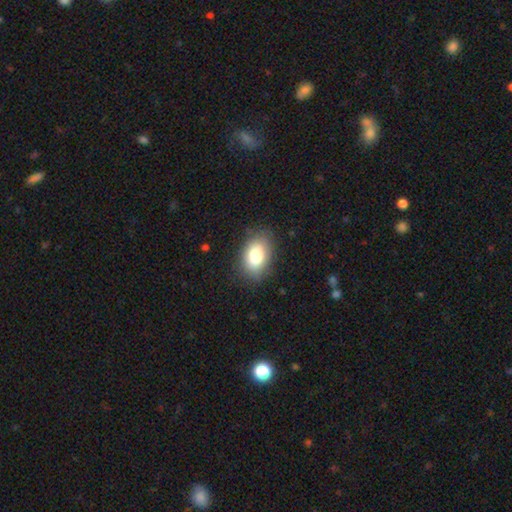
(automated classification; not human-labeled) smooth_or_featured: smooth (p=0.80) [alt: featured or disk p=0.12]
how_rounded: in between (p=0.85) [alt: round p=0.14]
merging: none (p=0.81) [alt: minor disturbance p=0.14]